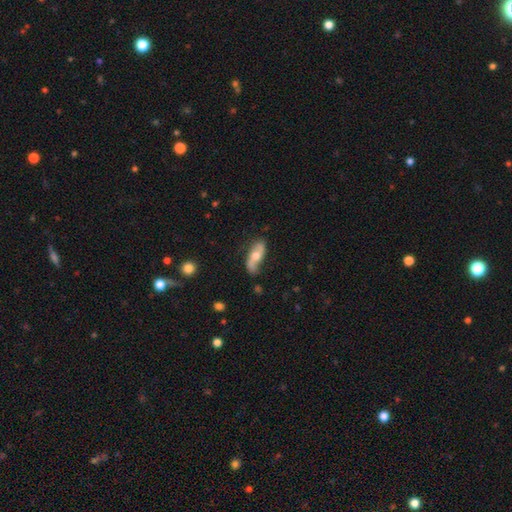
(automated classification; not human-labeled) Smooth or featured: featured or disk — 58% (smooth — 36%)
Edge-on disk: no — 80% (yes — 20%)
Merging: none — 68% (minor disturbance — 22%)